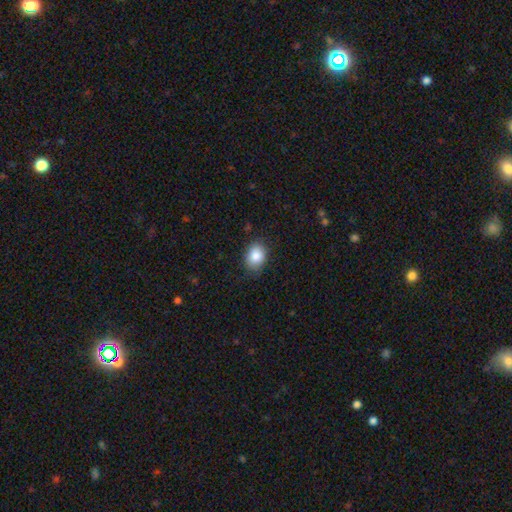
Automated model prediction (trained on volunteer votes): Smooth or featured? Predicted: smooth (p=0.86). How rounded? Predicted: in between (p=0.59). Merging? Predicted: none (p=0.81).